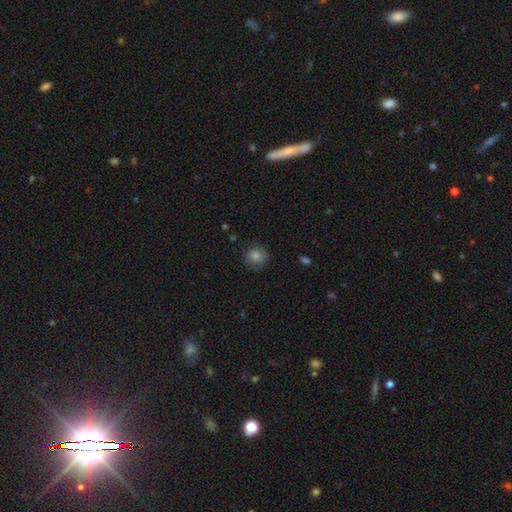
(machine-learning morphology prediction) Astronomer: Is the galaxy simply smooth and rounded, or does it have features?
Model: smooth — 75%.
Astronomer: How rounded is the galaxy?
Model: round — 88%.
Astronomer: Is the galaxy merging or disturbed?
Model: none — 83%.